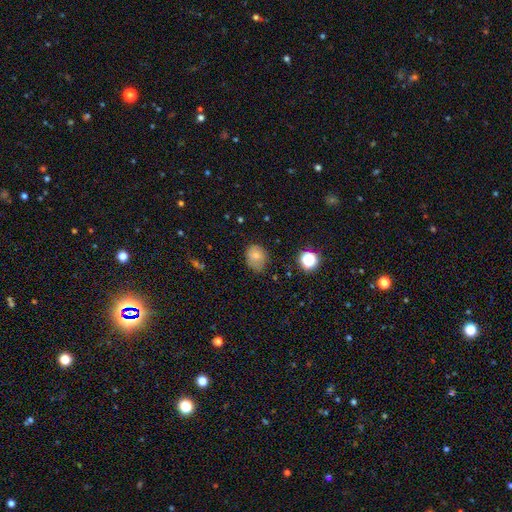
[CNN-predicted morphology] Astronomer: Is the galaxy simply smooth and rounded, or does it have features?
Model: smooth — 74%.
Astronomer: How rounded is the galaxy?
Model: round — 57% (runner-up: in between, 42%).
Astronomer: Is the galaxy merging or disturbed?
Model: none — 61%.